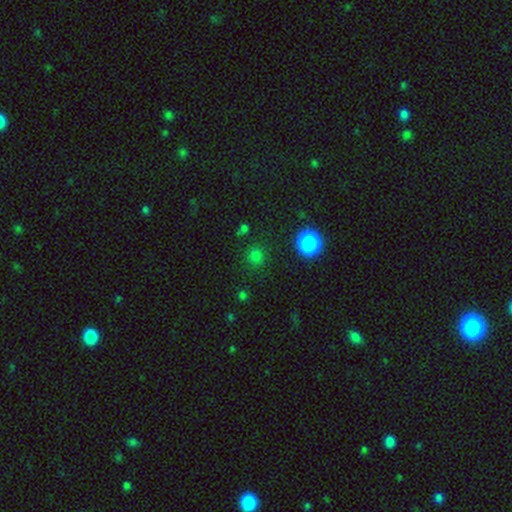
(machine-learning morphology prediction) type=smooth (72%); roundness=round (92%); merging=none (87%).